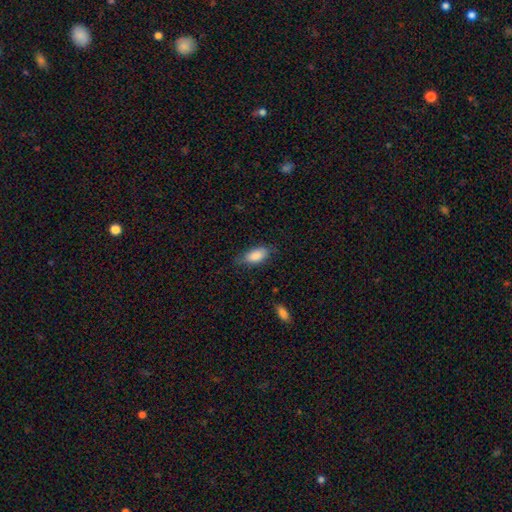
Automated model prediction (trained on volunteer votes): This appears to be a smooth galaxy with no disk features (86%) that is in between round and cigar-shaped (89%). Merging: none (72%).